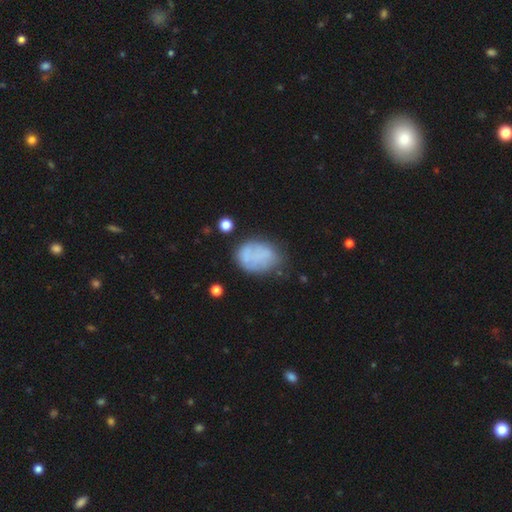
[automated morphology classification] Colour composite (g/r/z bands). It shows a smooth galaxy with no disk features (62%) that is in between round and cigar-shaped (69%). Merging: none (49%).